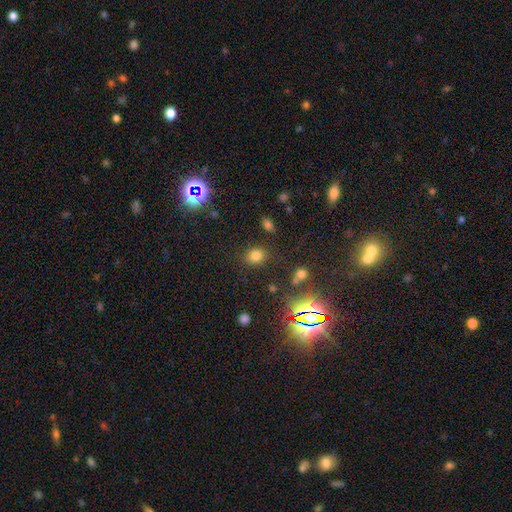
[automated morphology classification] smooth 75%, star or artifact 18%, featured or disk 6%. Down the decision tree: how rounded — round (62%); merging — none (82%).